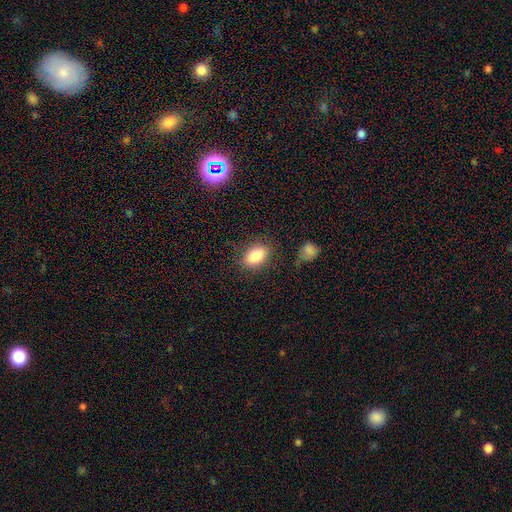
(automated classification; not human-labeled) Overall: smooth (85%). How rounded: in between (86%). Merging: none (79%).